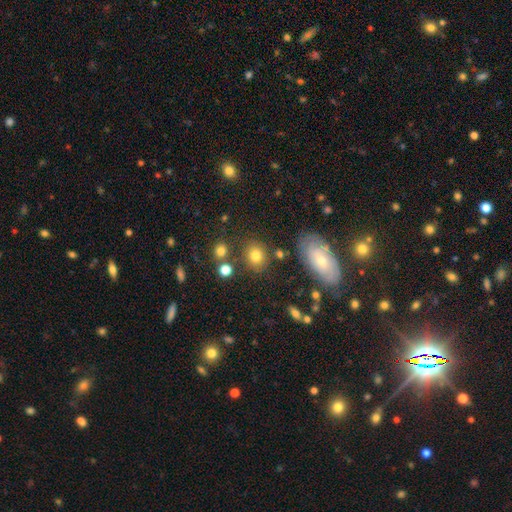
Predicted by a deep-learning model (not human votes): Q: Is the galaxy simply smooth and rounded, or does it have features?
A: smooth — 77%.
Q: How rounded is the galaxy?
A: round — 63%.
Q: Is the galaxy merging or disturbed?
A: none — 77%.